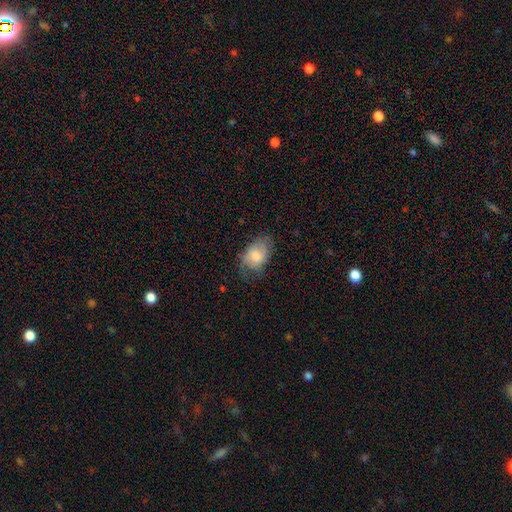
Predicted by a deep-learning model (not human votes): smooth_or_featured: smooth (p=0.68) [alt: featured or disk p=0.24]
how_rounded: in between (p=0.85) [alt: round p=0.14]
merging: none (p=0.58) [alt: minor disturbance p=0.28]